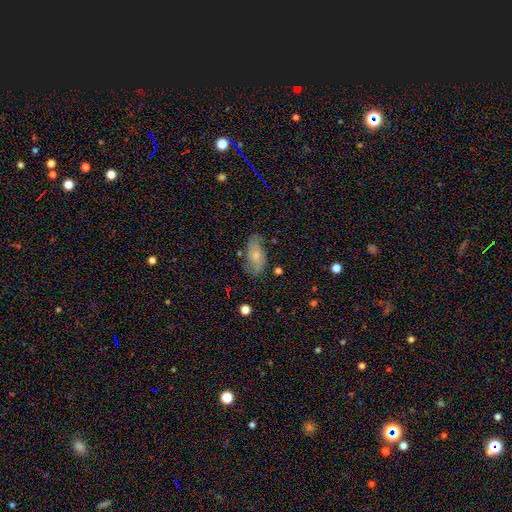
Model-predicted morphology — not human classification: Overall: smooth (49%; featured or disk 42%). Merging: none (70%).